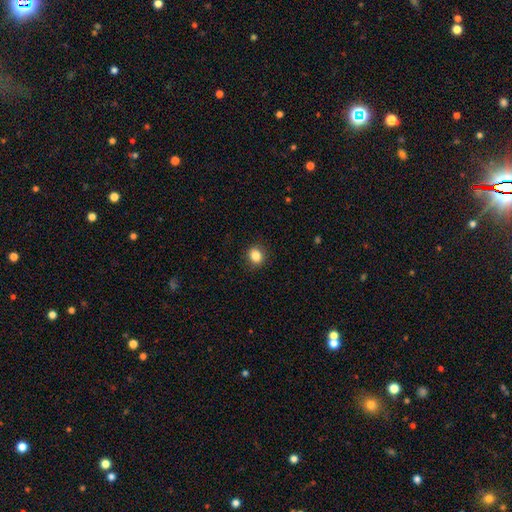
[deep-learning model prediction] Overall: smooth (85%). How rounded: round (76%). Merging: none (89%).